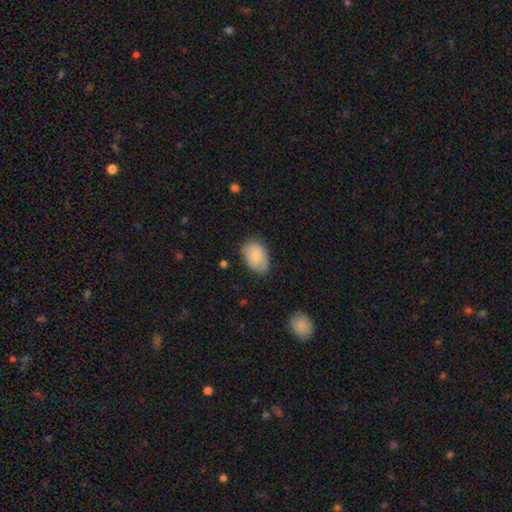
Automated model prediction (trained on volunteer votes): Overall: smooth (78%). How rounded: in between (88%). Merging: none (70%).